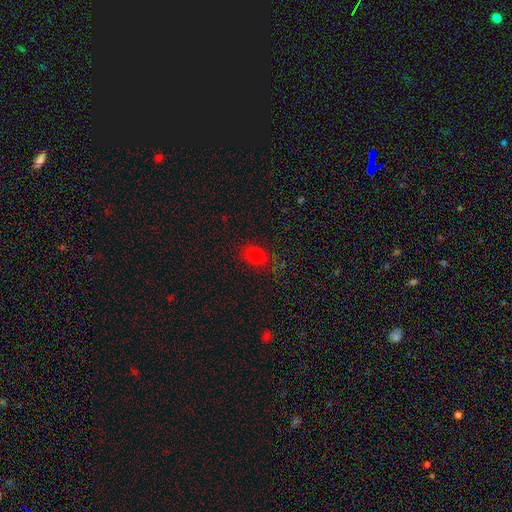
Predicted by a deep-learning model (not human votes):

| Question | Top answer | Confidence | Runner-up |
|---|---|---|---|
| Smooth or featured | smooth | 78% | star or artifact (16%) |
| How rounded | in between | 64% | round (34%) |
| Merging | none | 74% | minor disturbance (17%) |